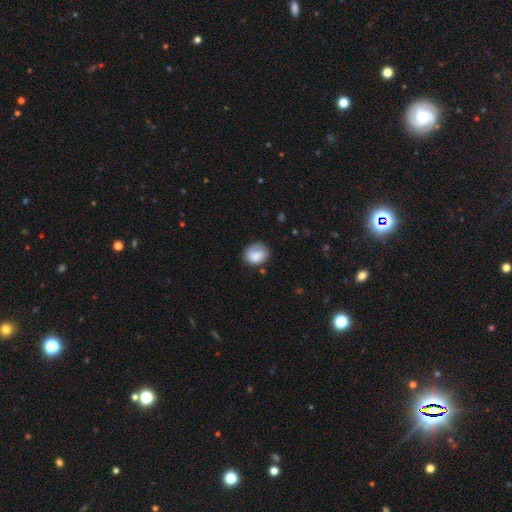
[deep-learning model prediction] Smooth or featured? Predicted: smooth (p=0.78). How rounded? Predicted: round (p=0.60). Merging? Predicted: none (p=0.63).